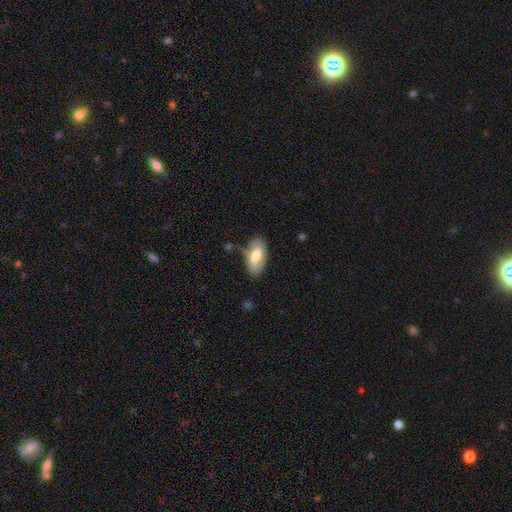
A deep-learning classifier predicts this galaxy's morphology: Smooth or featured?
  - smooth: 73% *
  - featured or disk: 21%
  - star or artifact: 6%
How rounded?
  - in between: 91% *
  - cigar-shaped: 6%
  - round: 2%
Merging?
  - none: 63% *
  - minor disturbance: 25%
  - major disturbance: 7%
  - merger: 4%